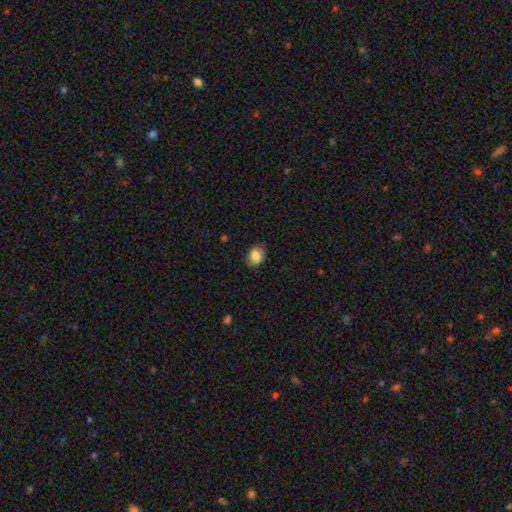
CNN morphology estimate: This appears to be a smooth galaxy with no disk features (81%) that is in between round and cigar-shaped (65%). Merging: none (81%).